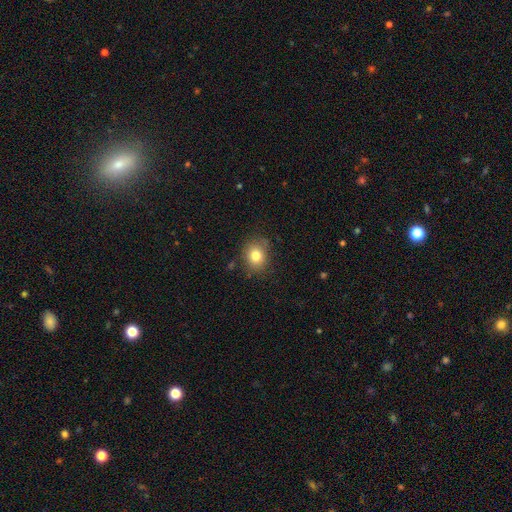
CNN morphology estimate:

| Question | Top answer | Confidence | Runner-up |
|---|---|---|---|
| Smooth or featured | smooth | 81% | star or artifact (10%) |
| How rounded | round | 66% | in between (33%) |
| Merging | none | 79% | minor disturbance (15%) |